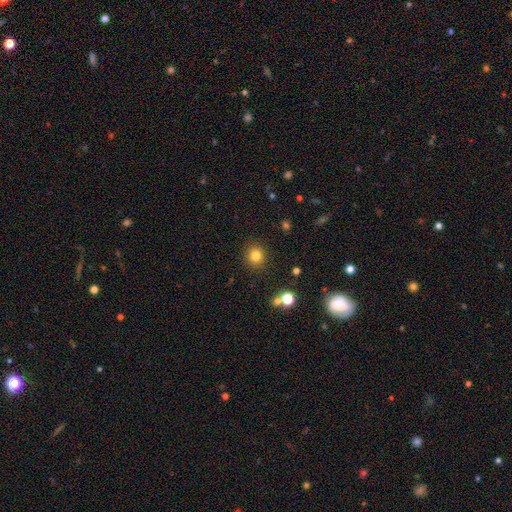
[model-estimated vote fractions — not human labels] smooth-or-featured: smooth: 81% | star or artifact: 13% | featured or disk: 6%
  how-rounded: round: 90% | in between: 9% | cigar-shaped: 1%
  merging: none: 90% | minor disturbance: 6% | major disturbance: 2% | merger: 2%